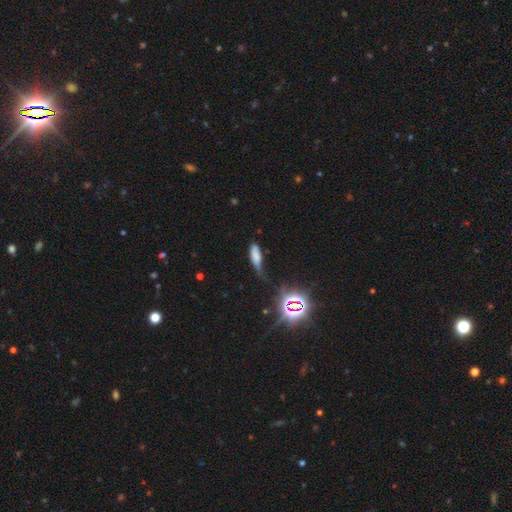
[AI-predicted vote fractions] Morphology: type=smooth (68%); roundness=in between (53%); merging=minor disturbance (39%).